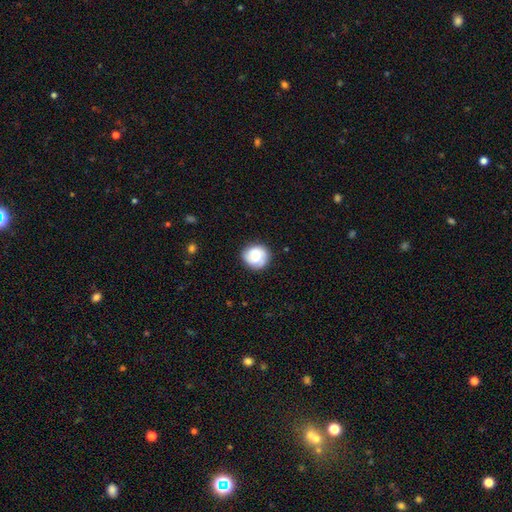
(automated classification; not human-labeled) Smooth or featured? smooth (69%)
How rounded? round (87%)
Merging? none (82%)